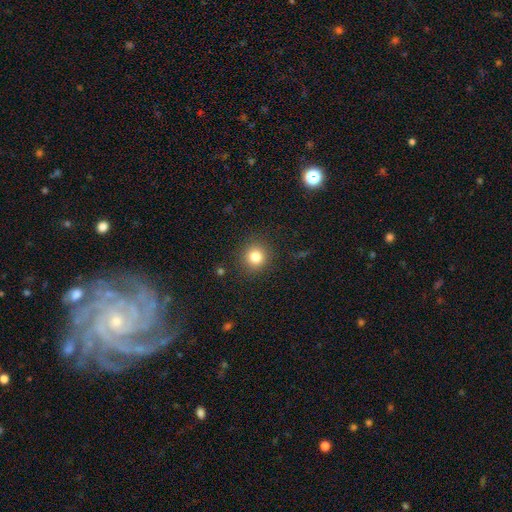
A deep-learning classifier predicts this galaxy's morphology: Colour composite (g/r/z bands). It shows a smooth galaxy with no disk features (82%) that is round (90%). Merging: none (89%).